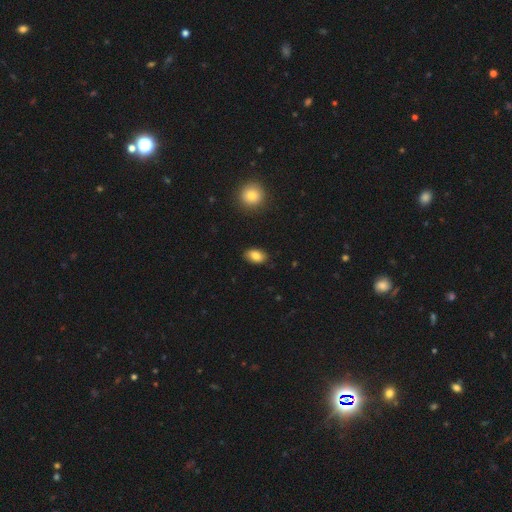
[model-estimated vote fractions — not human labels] smooth-or-featured: smooth: 84% | featured or disk: 8% | star or artifact: 8%
  how-rounded: in between: 89% | round: 9% | cigar-shaped: 2%
  merging: none: 88% | minor disturbance: 9% | major disturbance: 2% | merger: 1%